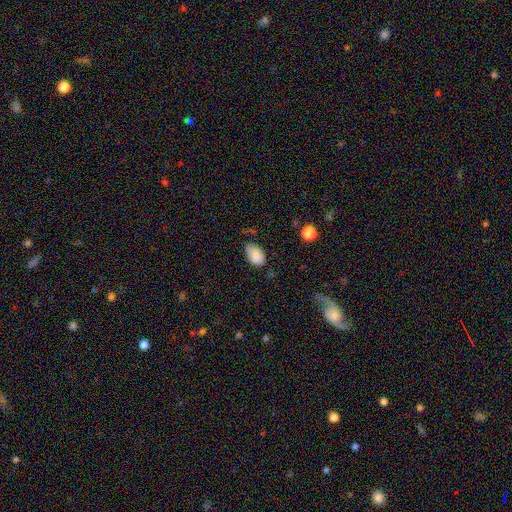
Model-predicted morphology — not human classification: This is clearly a smooth galaxy (86%). How rounded: clearly in between (87%). Merging: possibly none (52%).